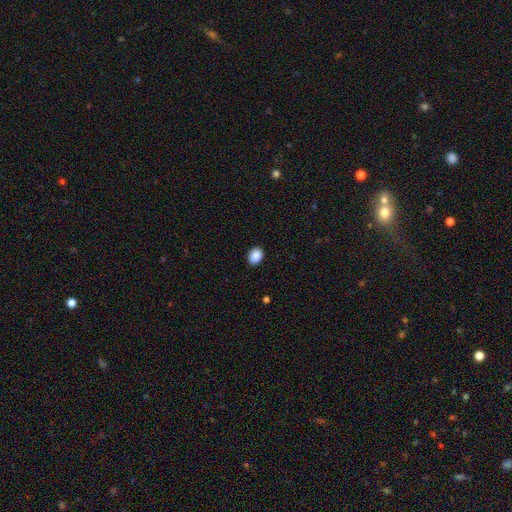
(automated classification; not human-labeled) Smooth or featured: smooth — 89% (star or artifact — 8%)
How rounded: in between — 66% (round — 33%)
Merging: none — 89% (minor disturbance — 8%)